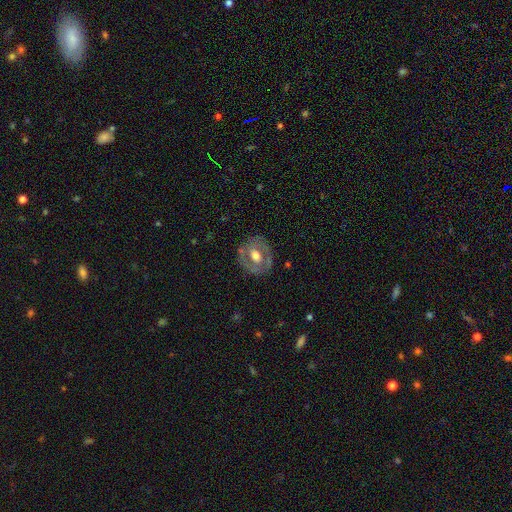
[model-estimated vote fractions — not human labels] Overall: featured or disk (61%; smooth 33%). Edge-on disk: no (95%). Bar: no (58%; weak 30%). Spiral arms: no (69%; yes 31%). Bulge size: moderate (60%; large 30%). Merging: none (77%).